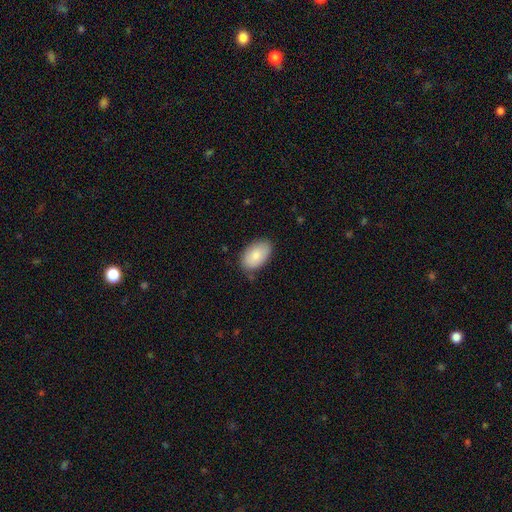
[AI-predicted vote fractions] This appears to be a smooth galaxy with no disk features (83%) that is in between round and cigar-shaped (93%). Merging: none (78%).